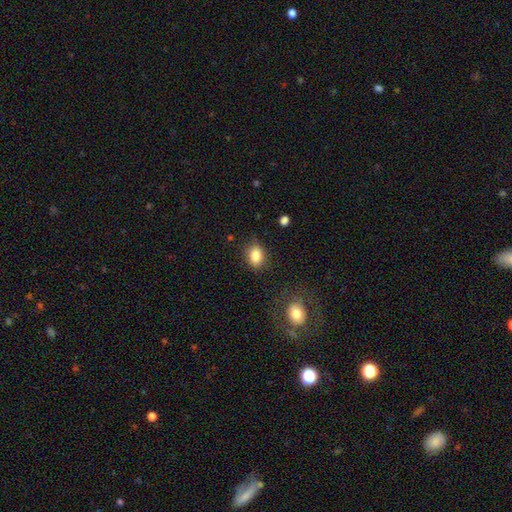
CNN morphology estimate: Overall: smooth (84%). How rounded: in between (65%; round 33%). Merging: none (80%).